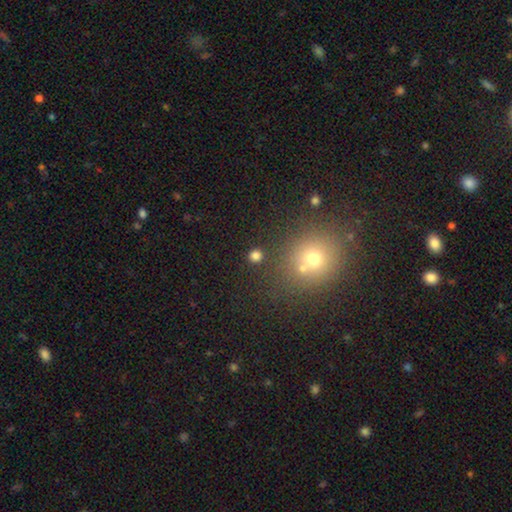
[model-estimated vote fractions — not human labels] Q: Smooth or featured?
A: smooth (79%); runner-up: star or artifact (16%)
Q: How rounded?
A: round (89%); runner-up: in between (10%)
Q: Merging?
A: none (86%); runner-up: minor disturbance (6%)